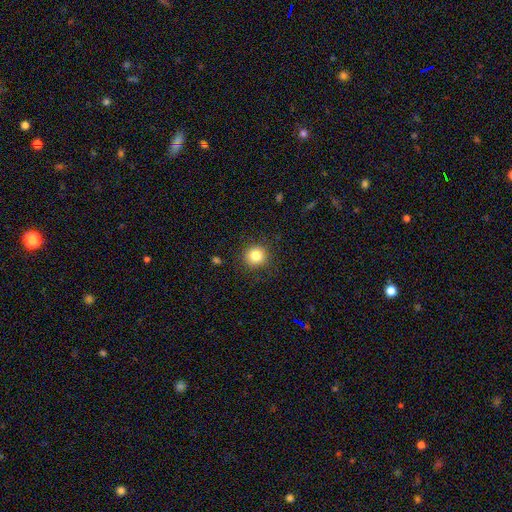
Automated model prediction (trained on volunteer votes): smooth 82%, star or artifact 11%, featured or disk 6%. Down the decision tree: how rounded — round (92%); merging — none (89%).